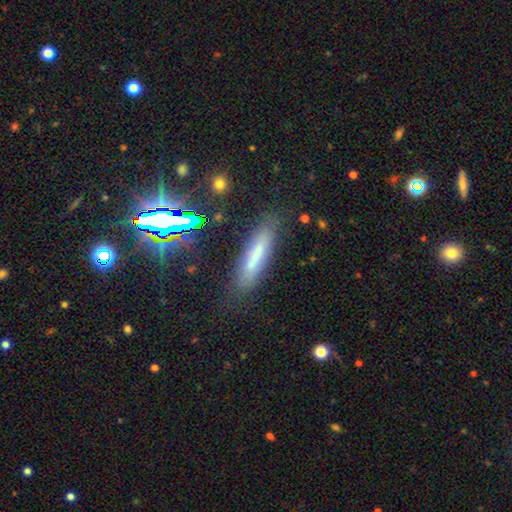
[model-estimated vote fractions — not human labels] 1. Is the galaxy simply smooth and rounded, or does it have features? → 60% smooth, 23% featured or disk, 17% star or artifact.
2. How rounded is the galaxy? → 81% cigar-shaped, 17% in between, 2% round.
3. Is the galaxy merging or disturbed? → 81% none, 12% minor disturbance, 4% major disturbance, 2% merger.